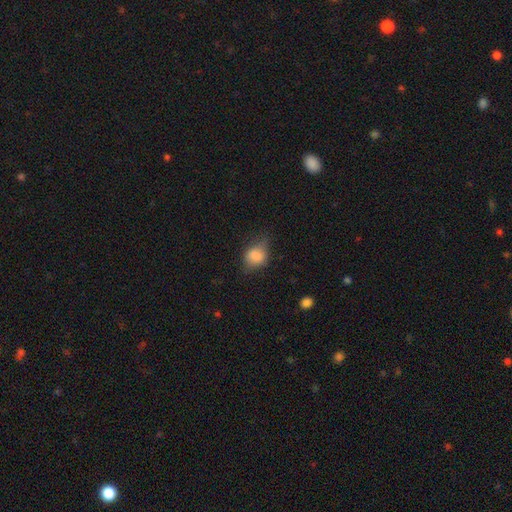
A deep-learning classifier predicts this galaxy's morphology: Smooth or featured? Predicted: smooth (p=0.79). How rounded? Predicted: in between (p=0.60). Merging? Predicted: none (p=0.49).